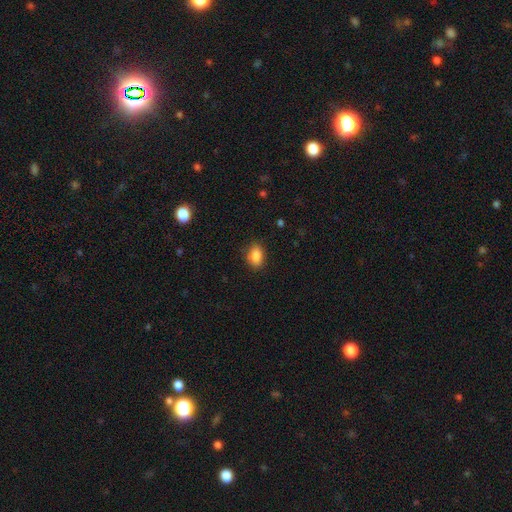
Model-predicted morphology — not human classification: smooth-or-featured: smooth: 86% | star or artifact: 9% | featured or disk: 5%
  how-rounded: in between: 82% | round: 16% | cigar-shaped: 2%
  merging: none: 83% | minor disturbance: 13% | major disturbance: 3% | merger: 1%